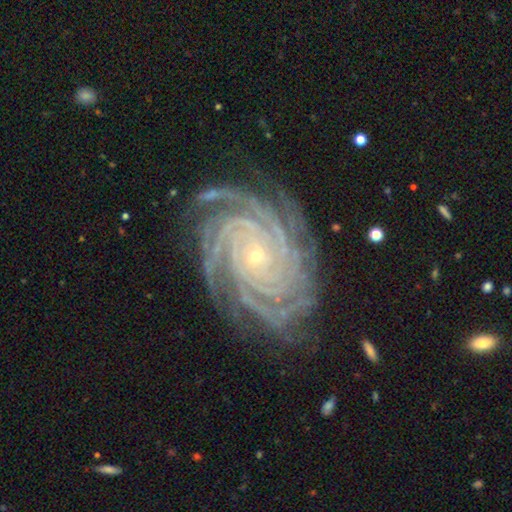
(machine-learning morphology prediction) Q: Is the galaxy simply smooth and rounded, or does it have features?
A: featured or disk — 92%.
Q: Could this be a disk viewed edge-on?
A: no — 98%.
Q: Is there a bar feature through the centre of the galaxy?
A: no — 76%.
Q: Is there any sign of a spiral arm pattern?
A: yes — 99%.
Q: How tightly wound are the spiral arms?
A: tight — 86%.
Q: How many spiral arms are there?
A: more than 4 — 36%.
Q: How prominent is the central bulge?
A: small — 83%.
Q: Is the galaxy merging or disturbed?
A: none — 81%.